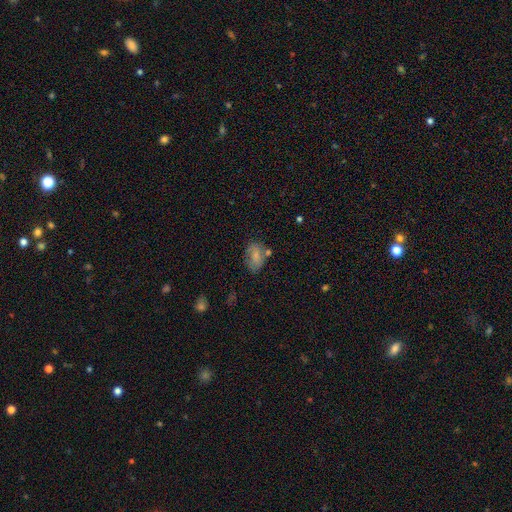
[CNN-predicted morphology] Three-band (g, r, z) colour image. It shows a smooth galaxy with no disk features (68%) that is in between round and cigar-shaped (85%). Merging: none (56%).